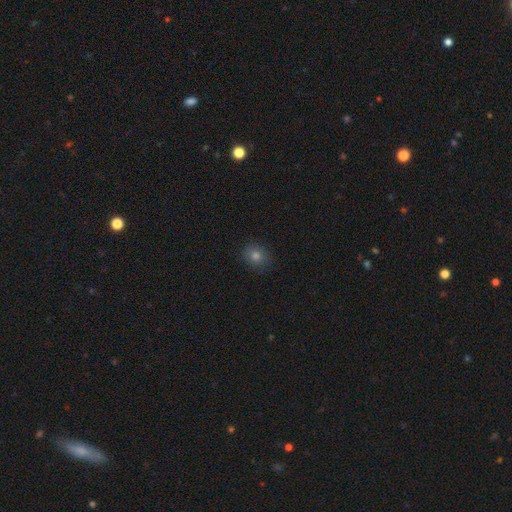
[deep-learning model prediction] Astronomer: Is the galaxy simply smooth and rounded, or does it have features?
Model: smooth — 76%.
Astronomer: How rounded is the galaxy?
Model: round — 76%.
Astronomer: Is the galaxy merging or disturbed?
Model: none — 88%.